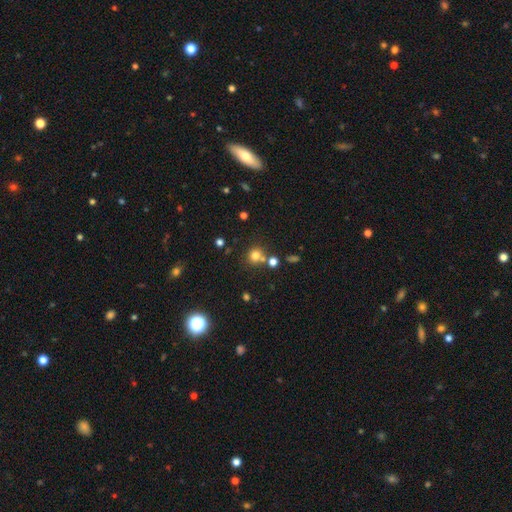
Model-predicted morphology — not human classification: Smooth or featured? Predicted: smooth (p=0.75). How rounded? Predicted: round (p=0.89). Merging? Predicted: none (p=0.69).